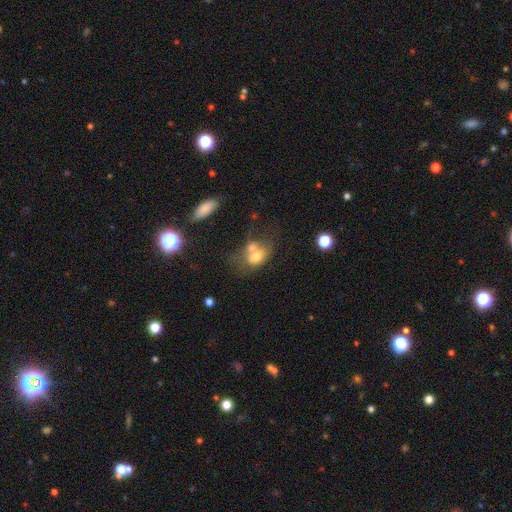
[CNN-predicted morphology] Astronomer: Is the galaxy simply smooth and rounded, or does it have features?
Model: smooth — 65%.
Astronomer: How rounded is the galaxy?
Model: in between — 72%.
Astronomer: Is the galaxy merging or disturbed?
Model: merger — 53%.